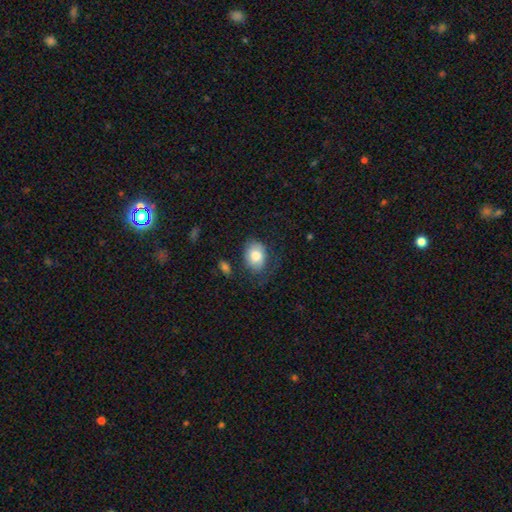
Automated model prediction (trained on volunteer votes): A smooth galaxy with no disk features (78%) that is in between round and cigar-shaped (63%). Merging: none (57%).